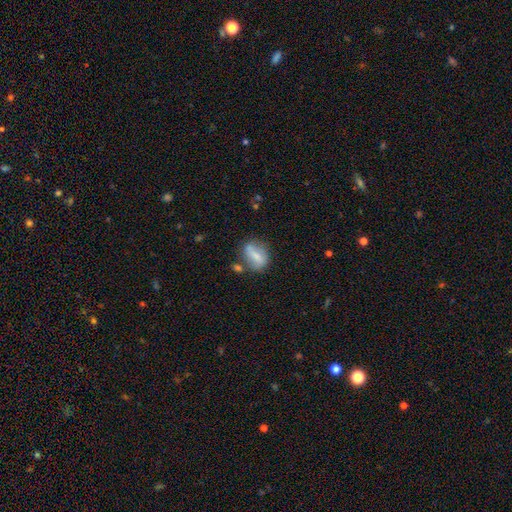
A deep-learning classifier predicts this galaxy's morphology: smooth_or_featured: smooth (p=0.62) [alt: featured or disk p=0.29]
how_rounded: in between (p=0.67) [alt: round p=0.26]
merging: none (p=0.52) [alt: minor disturbance p=0.25]